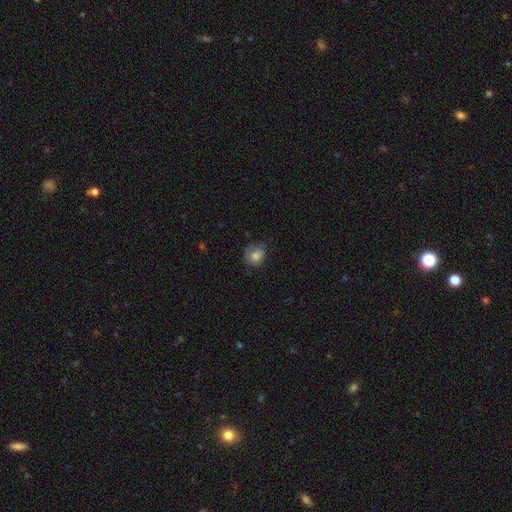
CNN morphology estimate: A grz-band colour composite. It shows a smooth galaxy with no disk features (75%) that is round (63%). Merging: none (56%).